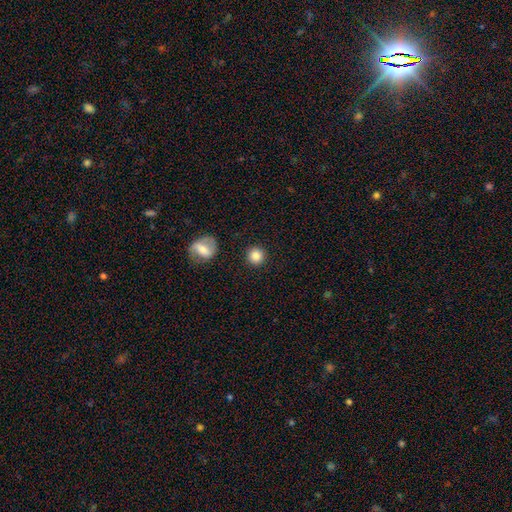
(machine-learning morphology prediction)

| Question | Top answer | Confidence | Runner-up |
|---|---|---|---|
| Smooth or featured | smooth | 85% | star or artifact (9%) |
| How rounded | round | 94% | in between (5%) |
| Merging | none | 90% | minor disturbance (6%) |